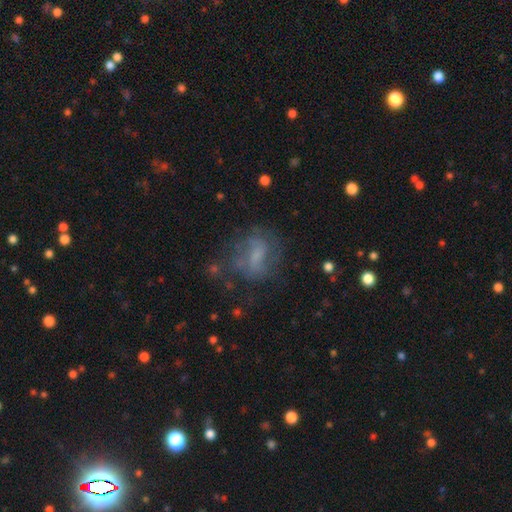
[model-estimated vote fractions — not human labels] This appears to be a featured or disk galaxy (49%). Merging: none (54%).